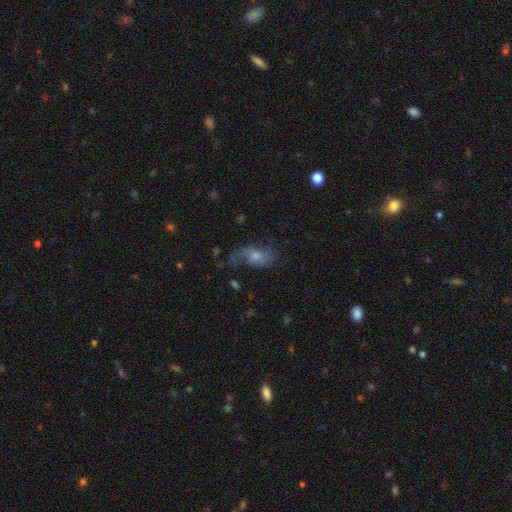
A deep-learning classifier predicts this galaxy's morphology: featured or disk 59%, smooth 28%, star or artifact 13%. Down the decision tree: edge-on disk — no (92%); bar — no (71%); spiral arms — yes (84%); bulge size — moderate (50%); merging — none (52%).